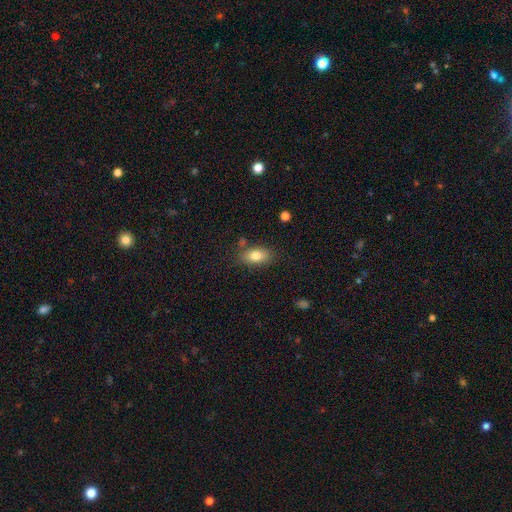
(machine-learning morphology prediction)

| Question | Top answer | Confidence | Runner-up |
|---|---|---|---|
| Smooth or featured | smooth | 79% | featured or disk (12%) |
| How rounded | in between | 86% | round (10%) |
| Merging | none | 77% | minor disturbance (15%) |